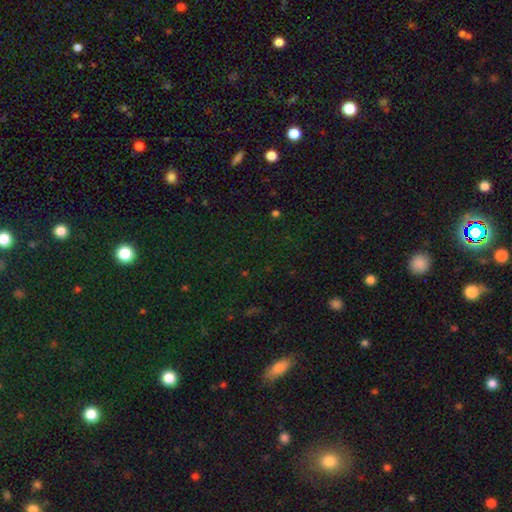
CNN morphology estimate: Overall: star or artifact (61%; smooth 28%).